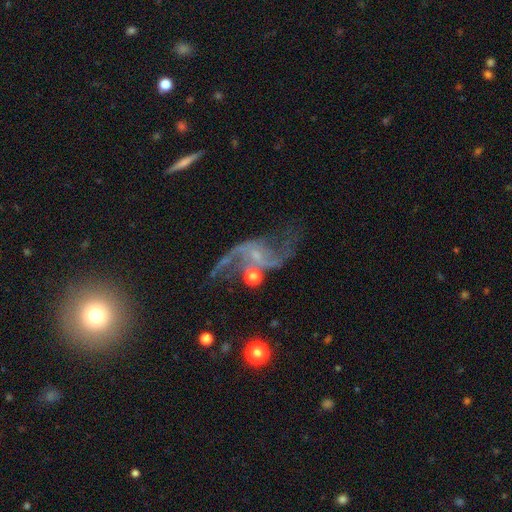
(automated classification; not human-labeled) Smooth or featured?
  - featured or disk: 87% *
  - star or artifact: 7%
  - smooth: 5%
Edge-on disk?
  - no: 97% *
  - yes: 3%
Bar?
  - weak: 43% *
  - no: 40%
  - strong: 16%
Spiral arms?
  - yes: 94% *
  - no: 6%
Spiral winding?
  - loose: 83% *
  - medium: 13%
  - tight: 3%
Spiral arm count?
  - 2: 93% *
  - 1: 2%
  - can't tell: 2%
  - 3: 1%
  - 4: 1%
  - more than 4: 1%
Bulge size?
  - small: 65% *
  - none: 17%
  - moderate: 16%
  - large: 2%
  - dominant: 1%
Merging?
  - none: 56% *
  - major disturbance: 17%
  - minor disturbance: 17%
  - merger: 10%